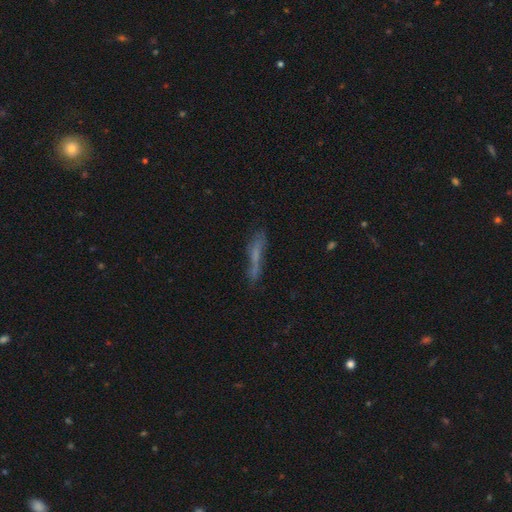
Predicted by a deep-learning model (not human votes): Smooth or featured?
  - smooth: 51% *
  - featured or disk: 35%
  - star or artifact: 14%
How rounded?
  - cigar-shaped: 87% *
  - in between: 11%
  - round: 2%
Merging?
  - none: 60% *
  - minor disturbance: 21%
  - major disturbance: 11%
  - merger: 8%